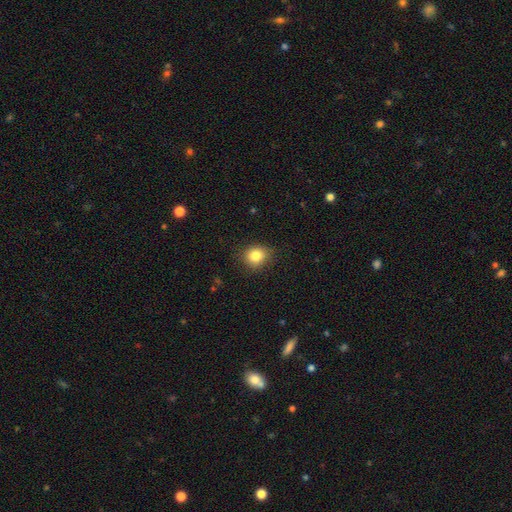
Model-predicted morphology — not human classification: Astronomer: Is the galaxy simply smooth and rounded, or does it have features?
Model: smooth — 83%.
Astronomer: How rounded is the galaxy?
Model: round — 72%.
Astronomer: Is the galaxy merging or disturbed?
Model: none — 84%.